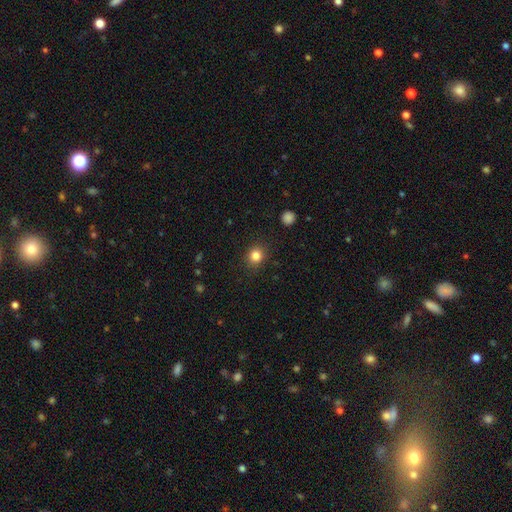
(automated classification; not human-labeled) Morphology: type=smooth (83%); roundness=round (78%); merging=none (88%).